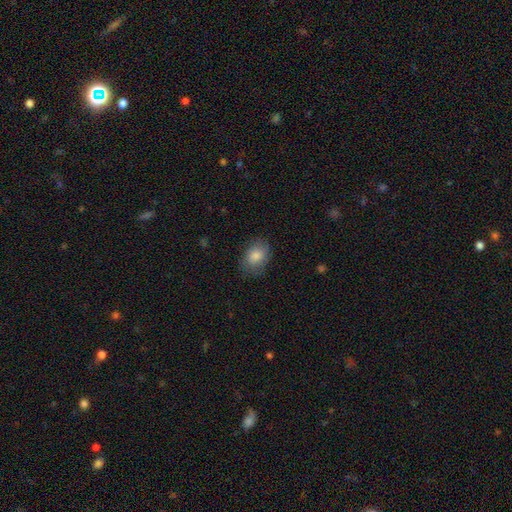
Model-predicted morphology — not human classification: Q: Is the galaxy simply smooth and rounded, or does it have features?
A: smooth — 81%.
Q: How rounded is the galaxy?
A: in between — 74%.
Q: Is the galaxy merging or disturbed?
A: none — 78%.